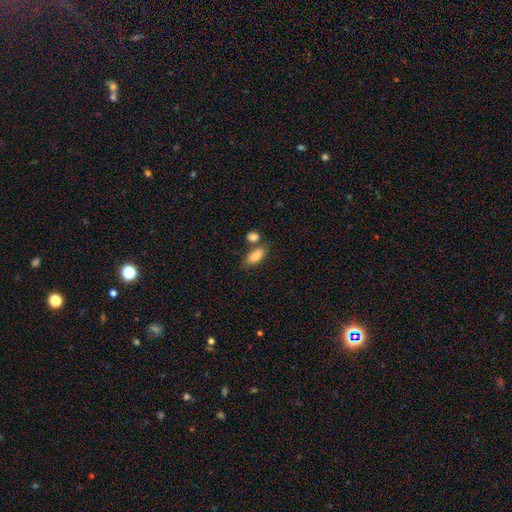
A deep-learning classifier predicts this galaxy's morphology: smooth 86%, featured or disk 7%, star or artifact 7%. Down the decision tree: how rounded — in between (88%); merging — none (59%).